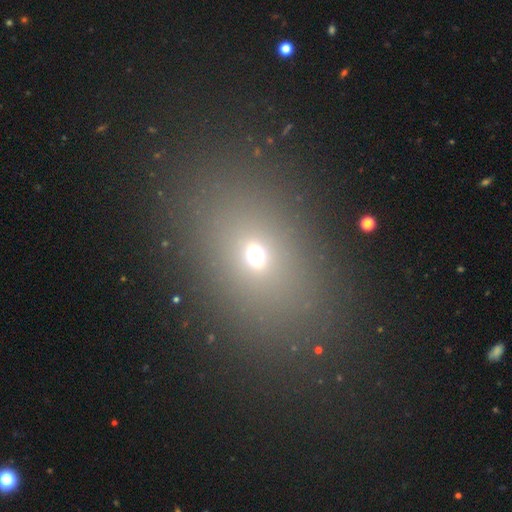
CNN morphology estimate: Q: Smooth or featured?
A: smooth (63%); runner-up: star or artifact (25%)
Q: How rounded?
A: in between (68%); runner-up: round (28%)
Q: Merging?
A: none (73%); runner-up: minor disturbance (12%)